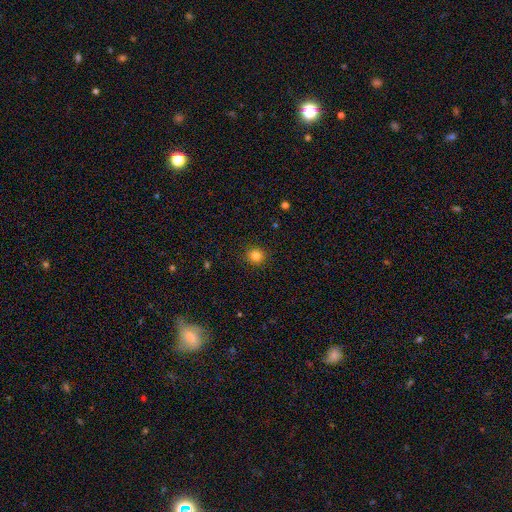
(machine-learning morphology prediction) The model was most divided on "smooth or featured": smooth: 83%, star or artifact: 12%, featured or disk: 5%. More confident: merging — none (91%); how rounded — round (90%).